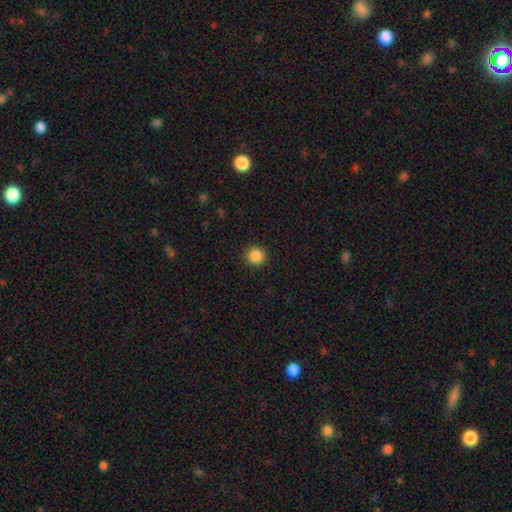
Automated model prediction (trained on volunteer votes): This is clearly a smooth galaxy (87%). How rounded: clearly round (95%). Merging: clearly none (92%).